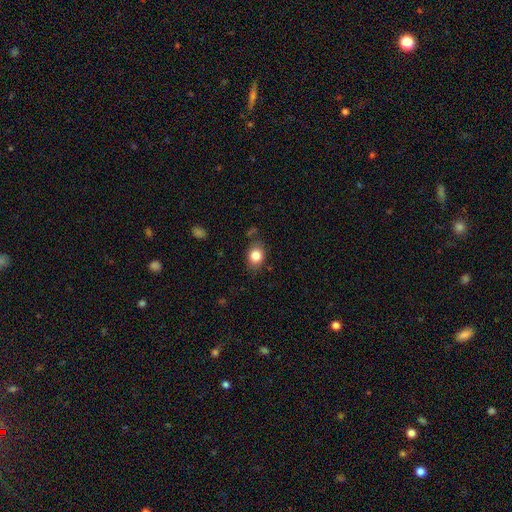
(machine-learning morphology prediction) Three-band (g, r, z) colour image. It shows a smooth galaxy with no disk features (82%) that is in between round and cigar-shaped (59%). Merging: none (76%).